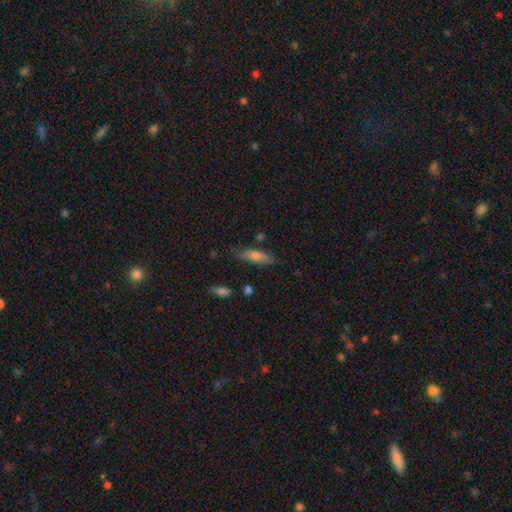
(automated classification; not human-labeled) smooth_or_featured: smooth (p=0.73) [alt: featured or disk p=0.19]
how_rounded: cigar-shaped (p=0.59) [alt: in between p=0.39]
merging: none (p=0.72) [alt: minor disturbance p=0.21]